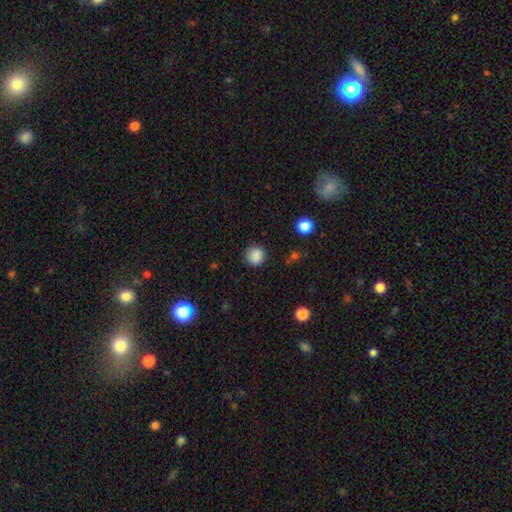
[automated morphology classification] A smooth galaxy with no disk features (86%) that is round (90%).

Vote fractions:
- Smooth or featured? smooth: 86% / star or artifact: 10% / featured or disk: 3%
- How rounded? round: 90% / in between: 9% / cigar-shaped: 1%
- Merging? none: 86% / minor disturbance: 9% / major disturbance: 3% / merger: 1%